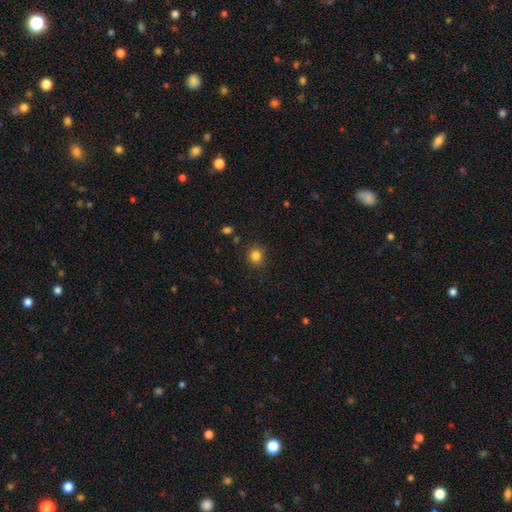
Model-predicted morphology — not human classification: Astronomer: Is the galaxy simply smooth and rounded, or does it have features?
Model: smooth — 83%.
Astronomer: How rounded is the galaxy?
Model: round — 85%.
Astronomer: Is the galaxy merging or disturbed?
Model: none — 87%.